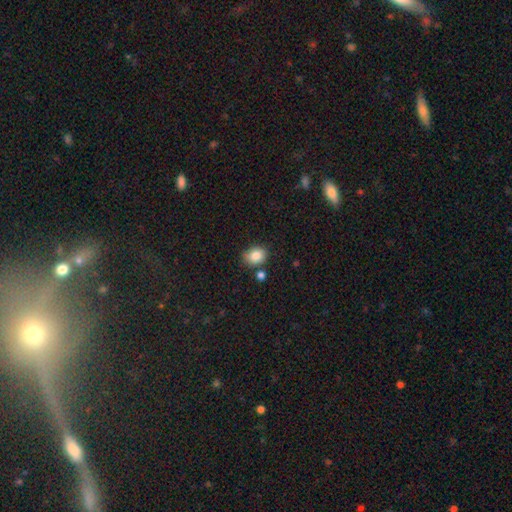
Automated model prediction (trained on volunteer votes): Morphology: type=smooth (85%); roundness=round (58%); merging=none (68%).